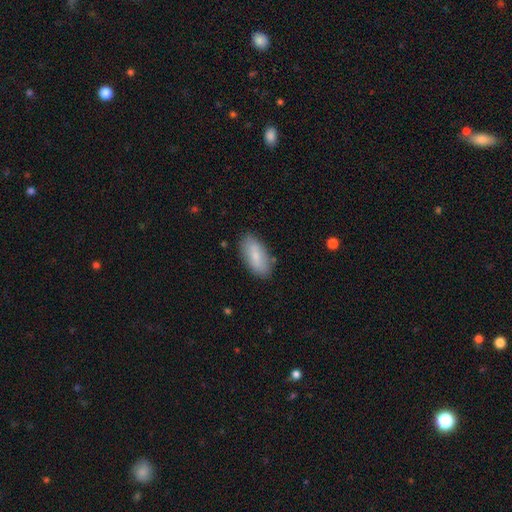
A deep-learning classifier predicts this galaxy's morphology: This is likely a smooth galaxy (73%). How rounded: clearly in between (87%). Merging: clearly none (83%).